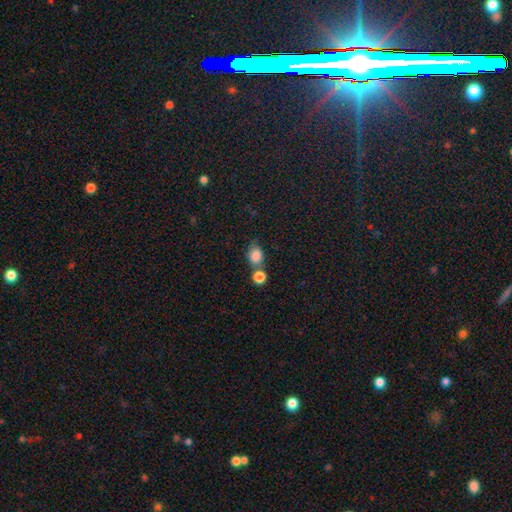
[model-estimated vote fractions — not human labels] Smooth or featured: smooth — 83% (star or artifact — 10%)
How rounded: in between — 50% (round — 49%)
Merging: none — 46% (merger — 33%)